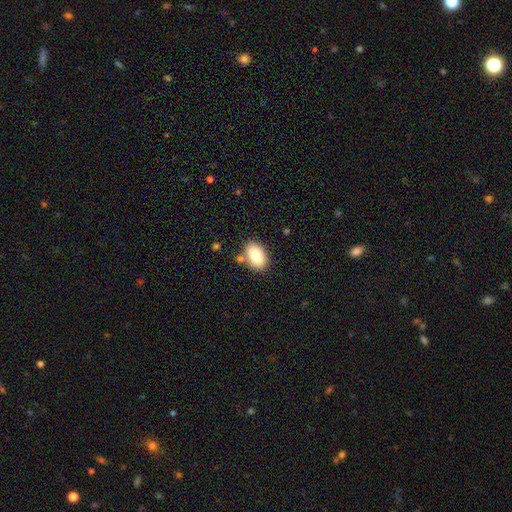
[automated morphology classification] smooth 80%, featured or disk 13%, star or artifact 8%. Down the decision tree: how rounded — in between (86%); merging — none (78%).